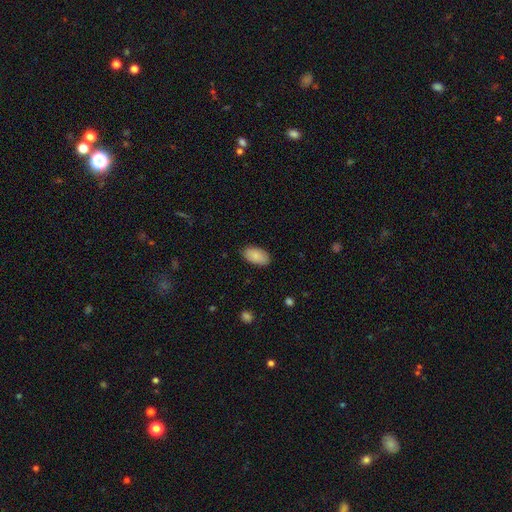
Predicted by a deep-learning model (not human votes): This is clearly a smooth galaxy (86%). How rounded: clearly in between (95%). Merging: clearly none (86%).